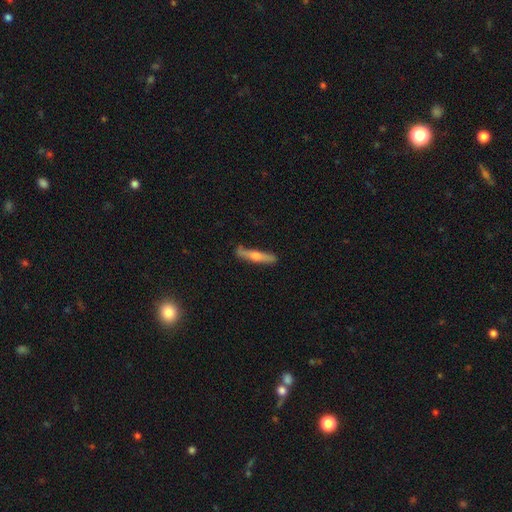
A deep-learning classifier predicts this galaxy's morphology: Smooth or featured?
  - featured or disk: 54% *
  - smooth: 40%
  - star or artifact: 7%
Edge-on disk?
  - yes: 92% *
  - no: 8%
Merging?
  - none: 83% *
  - minor disturbance: 13%
  - major disturbance: 2%
  - merger: 2%